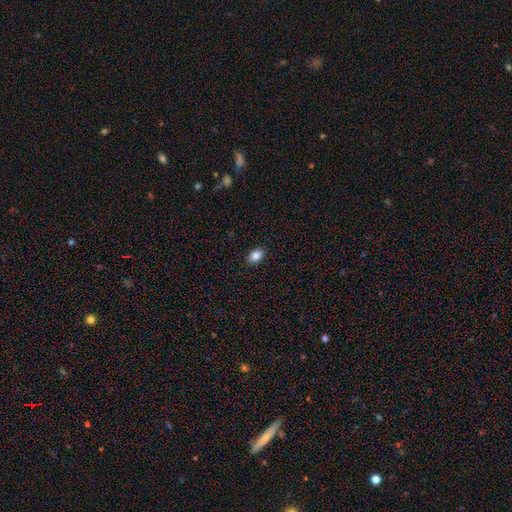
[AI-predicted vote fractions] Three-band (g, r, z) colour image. It shows a smooth galaxy with no disk features (86%) that is in between round and cigar-shaped (81%). Merging: none (90%).